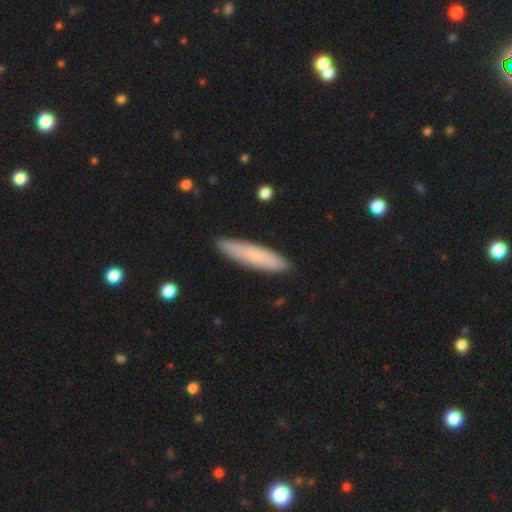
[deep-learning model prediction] A smooth galaxy with no disk features (77%) that is cigar-shaped (85%).

Vote fractions:
- Smooth or featured? smooth: 77% / featured or disk: 17% / star or artifact: 6%
- How rounded? cigar-shaped: 85% / in between: 13% / round: 1%
- Merging? none: 89% / minor disturbance: 9% / major disturbance: 2% / merger: 1%